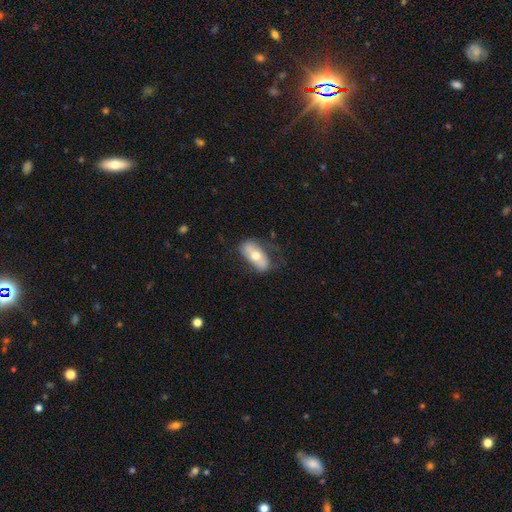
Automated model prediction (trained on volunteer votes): Smooth or featured? Predicted: smooth (p=0.59). How rounded? Predicted: in between (p=0.89). Merging? Predicted: none (p=0.64).